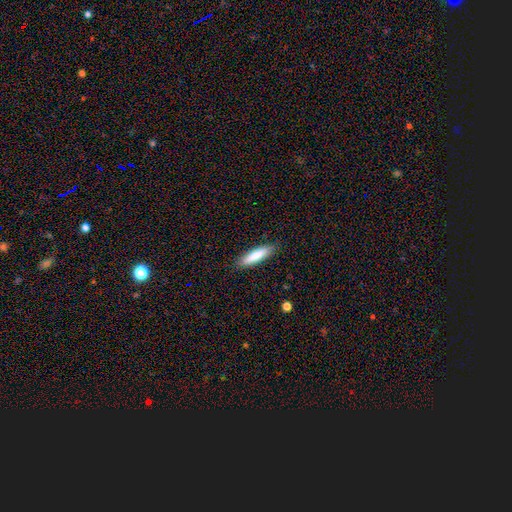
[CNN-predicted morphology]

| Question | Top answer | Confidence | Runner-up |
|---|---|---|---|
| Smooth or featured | smooth | 82% | featured or disk (13%) |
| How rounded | cigar-shaped | 74% | in between (25%) |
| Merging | none | 88% | minor disturbance (9%) |